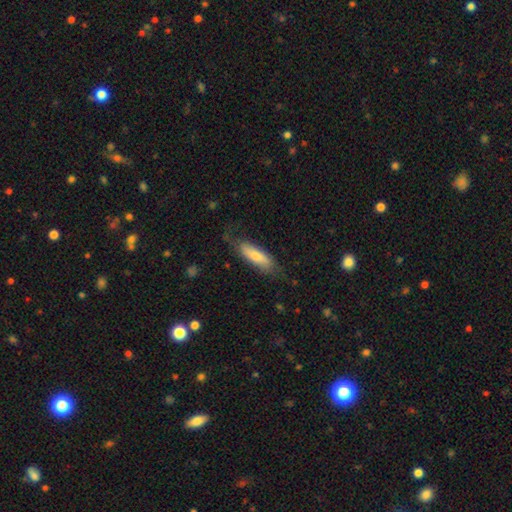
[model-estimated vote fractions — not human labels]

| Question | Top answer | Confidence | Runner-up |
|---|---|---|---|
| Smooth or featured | smooth | 71% | featured or disk (24%) |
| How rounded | in between | 53% | cigar-shaped (45%) |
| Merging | none | 64% | minor disturbance (24%) |